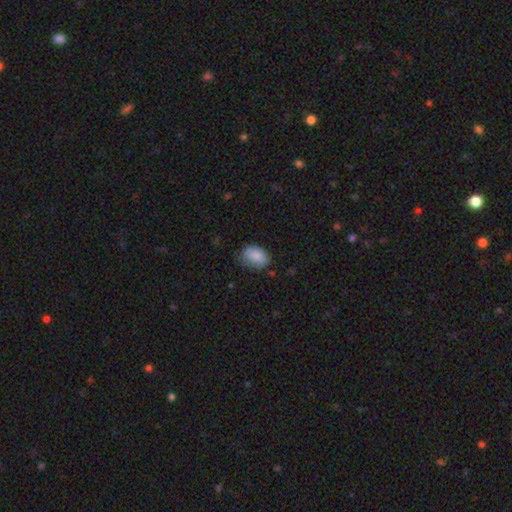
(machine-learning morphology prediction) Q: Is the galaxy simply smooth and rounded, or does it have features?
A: smooth — 86%.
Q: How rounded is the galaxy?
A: in between — 82%.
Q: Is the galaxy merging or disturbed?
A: none — 64%.